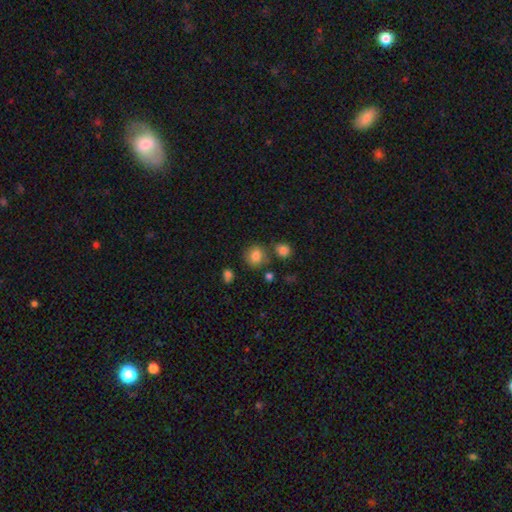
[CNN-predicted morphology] type=smooth (83%); roundness=round (83%); merging=none (76%).